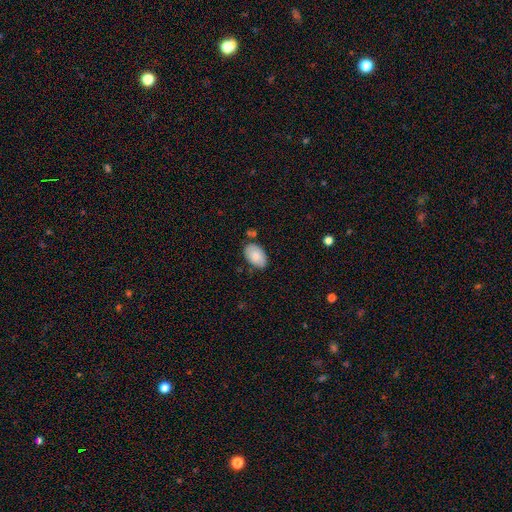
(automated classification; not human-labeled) Morphology: type=smooth (84%); roundness=in between (93%); merging=none (75%).